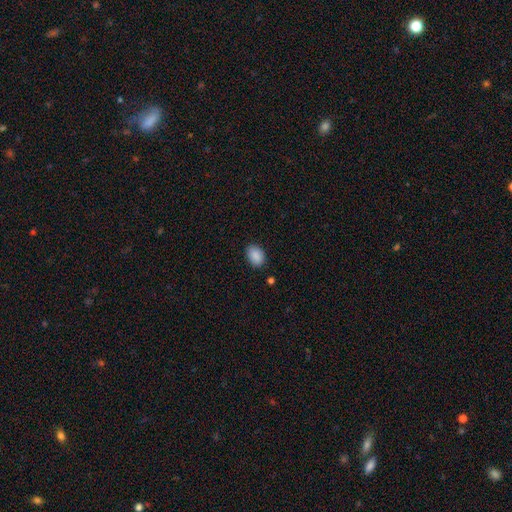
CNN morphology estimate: Smooth or featured?
  - smooth: 89% *
  - star or artifact: 7%
  - featured or disk: 3%
How rounded?
  - in between: 80% *
  - round: 19%
  - cigar-shaped: 1%
Merging?
  - none: 87% *
  - minor disturbance: 10%
  - major disturbance: 2%
  - merger: 1%